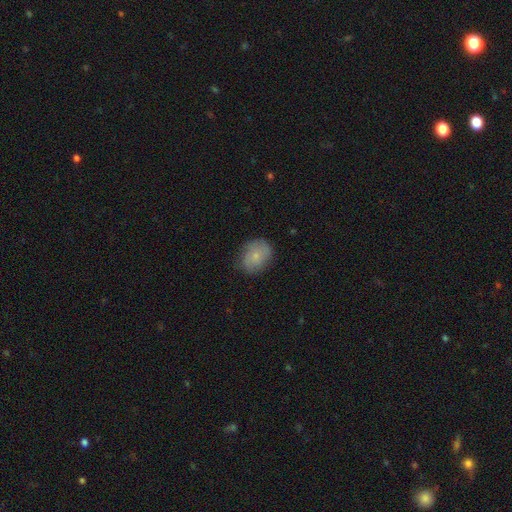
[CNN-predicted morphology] smooth-or-featured: smooth: 75% | featured or disk: 18% | star or artifact: 8%
  how-rounded: round: 50% | in between: 49% | cigar-shaped: 1%
  merging: none: 77% | minor disturbance: 18% | major disturbance: 4% | merger: 1%